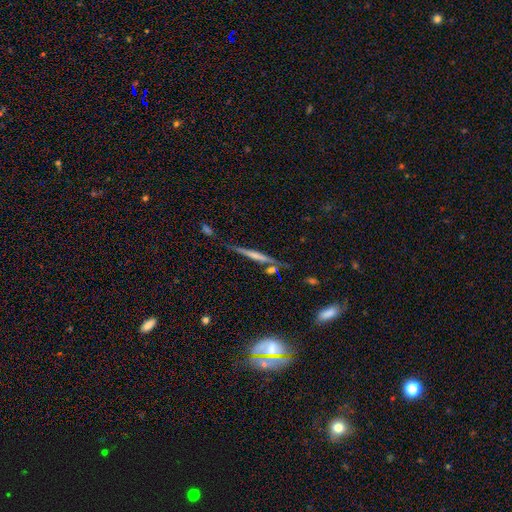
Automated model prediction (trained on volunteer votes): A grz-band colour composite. It shows a featured or disk galaxy (54%) viewed edge-on (96%) with no central bulge (55%). Merging: none (77%).